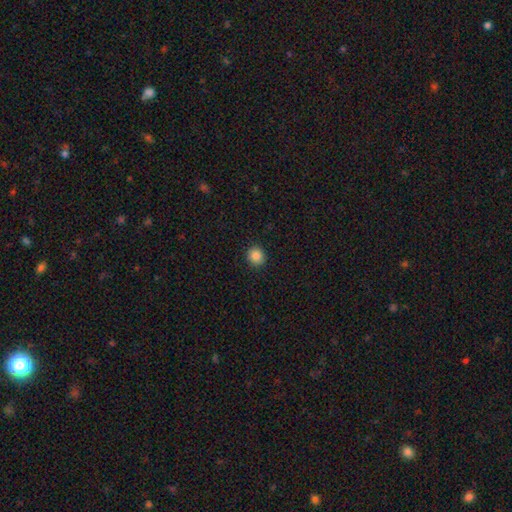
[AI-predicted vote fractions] A smooth galaxy with no disk features (86%) that is round (86%).

Vote fractions:
- Smooth or featured? smooth: 86% / star or artifact: 10% / featured or disk: 4%
- How rounded? round: 86% / in between: 13% / cigar-shaped: 1%
- Merging? none: 91% / minor disturbance: 6% / major disturbance: 2% / merger: 1%